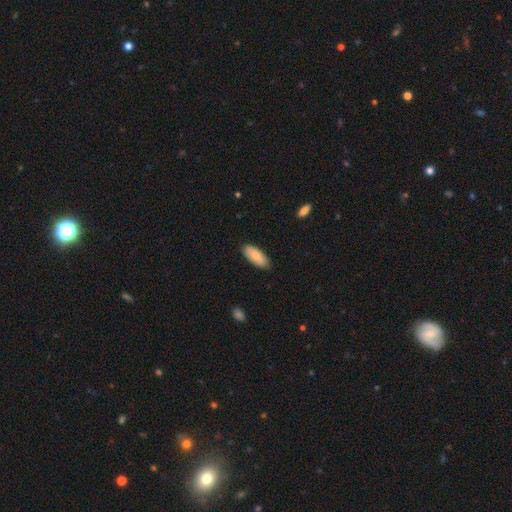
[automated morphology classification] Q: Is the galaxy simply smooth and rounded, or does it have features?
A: smooth — 80%.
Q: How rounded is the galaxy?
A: in between — 85%.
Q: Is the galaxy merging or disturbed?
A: none — 82%.